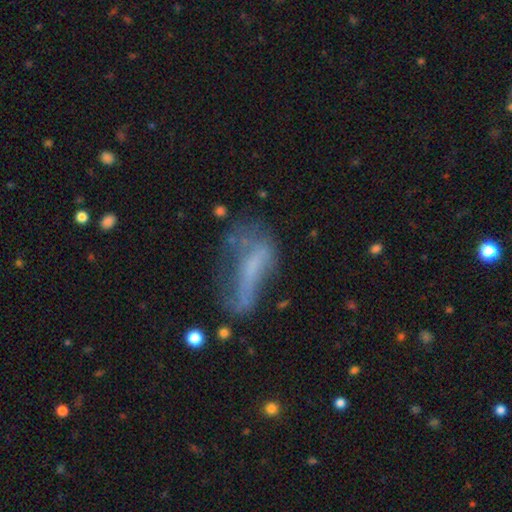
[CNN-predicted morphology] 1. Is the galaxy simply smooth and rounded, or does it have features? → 47% featured or disk, 40% smooth, 14% star or artifact.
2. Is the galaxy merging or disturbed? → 38% major disturbance, 30% none, 24% minor disturbance, 8% merger.